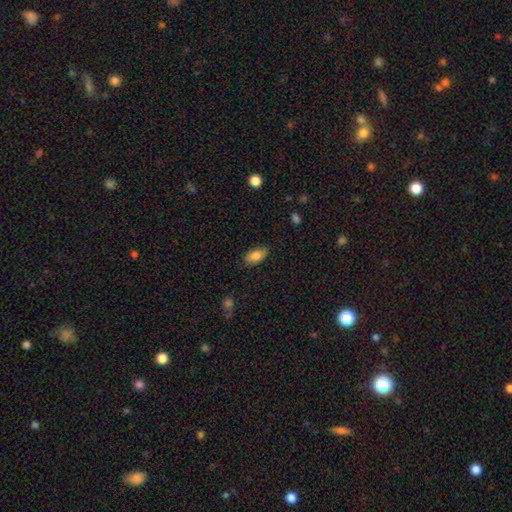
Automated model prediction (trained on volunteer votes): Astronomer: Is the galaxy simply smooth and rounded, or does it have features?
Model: smooth — 85%.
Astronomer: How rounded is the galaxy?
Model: in between — 90%.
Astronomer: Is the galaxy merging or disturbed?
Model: none — 82%.